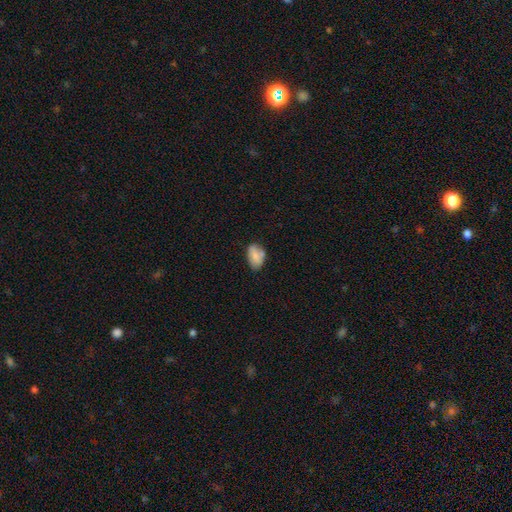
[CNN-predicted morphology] Q: Smooth or featured?
A: smooth (76%); runner-up: featured or disk (15%)
Q: How rounded?
A: in between (90%); runner-up: round (8%)
Q: Merging?
A: none (54%); runner-up: minor disturbance (28%)